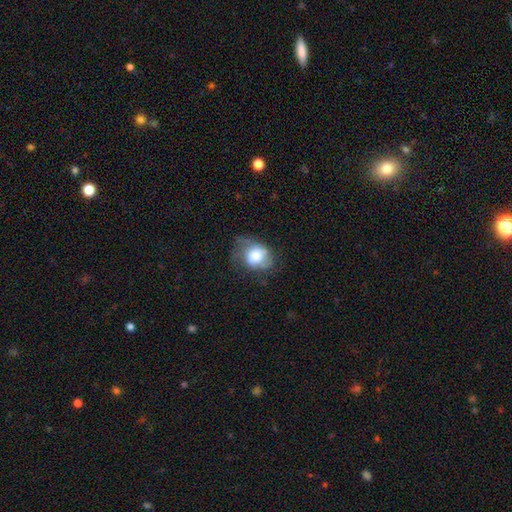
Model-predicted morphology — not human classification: smooth 62%, featured or disk 29%, star or artifact 8%. Down the decision tree: how rounded — round (57%); merging — none (43%).